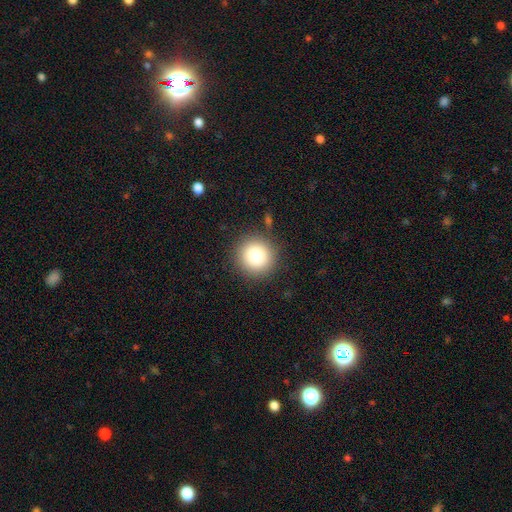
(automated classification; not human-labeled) Morphology: type=smooth (81%); roundness=round (95%); merging=none (87%).